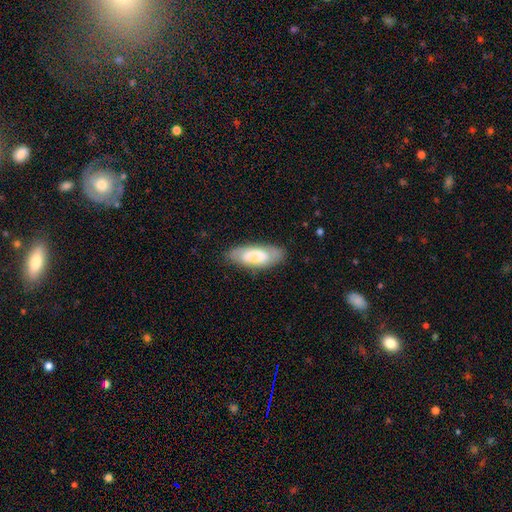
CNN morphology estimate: smooth-or-featured: smooth: 69% | featured or disk: 25% | star or artifact: 6%
  how-rounded: in between: 76% | cigar-shaped: 23% | round: 2%
  merging: none: 80% | minor disturbance: 15% | major disturbance: 4% | merger: 1%